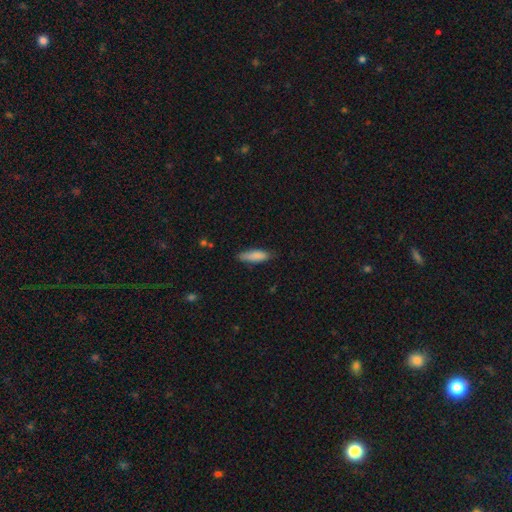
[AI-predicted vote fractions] Smooth or featured? Predicted: smooth (p=0.86). How rounded? Predicted: cigar-shaped (p=0.50). Merging? Predicted: none (p=0.75).